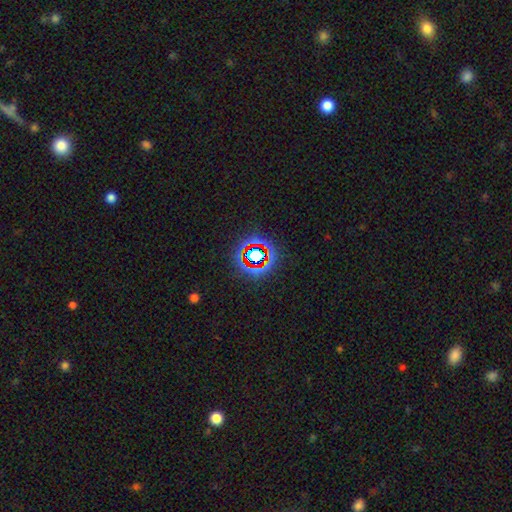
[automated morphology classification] This is likely a star or artifact rather than a galaxy (69%).